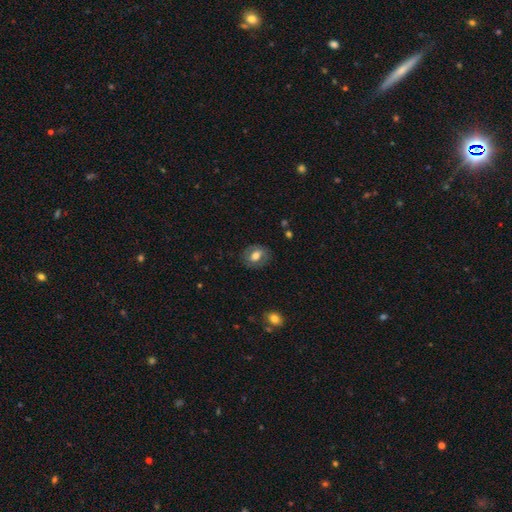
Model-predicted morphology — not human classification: type=smooth (54%); roundness=in between (53%); merging=none (80%).